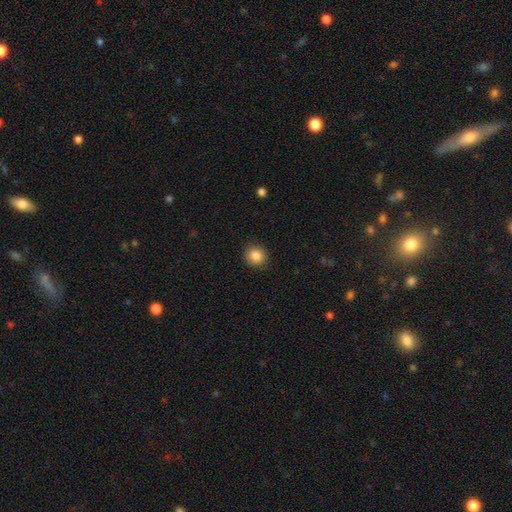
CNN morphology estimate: Smooth or featured?
  - smooth: 86% *
  - star or artifact: 9%
  - featured or disk: 4%
How rounded?
  - round: 83% *
  - in between: 16%
  - cigar-shaped: 1%
Merging?
  - none: 90% *
  - minor disturbance: 7%
  - major disturbance: 2%
  - merger: 1%